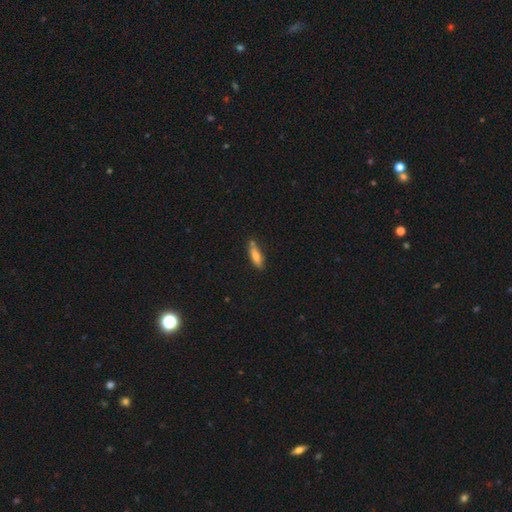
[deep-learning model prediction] smooth-or-featured: smooth: 77% | featured or disk: 15% | star or artifact: 7%
  how-rounded: cigar-shaped: 54% | in between: 44% | round: 2%
  merging: none: 68% | minor disturbance: 19% | merger: 8% | major disturbance: 4%